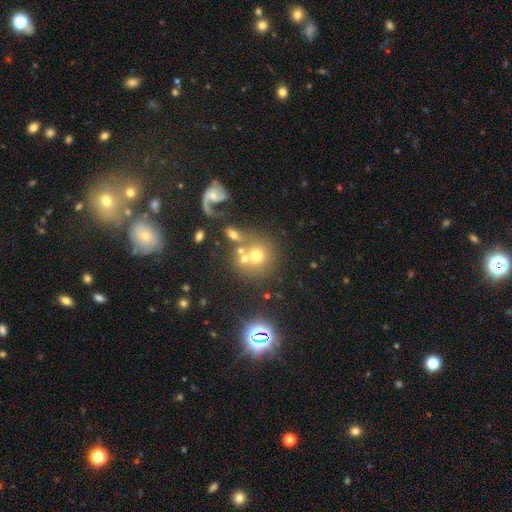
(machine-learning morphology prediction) Smooth or featured? smooth (57%)
How rounded? round (85%)
Merging? none (46%)